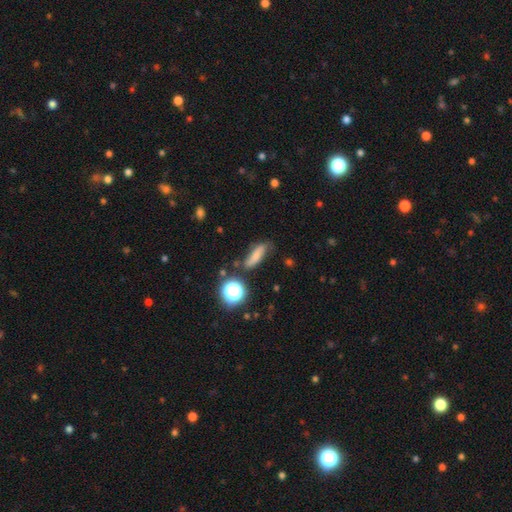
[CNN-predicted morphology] Overall: smooth (69%). How rounded: cigar-shaped (47%; in between 42%). Merging: none (68%).